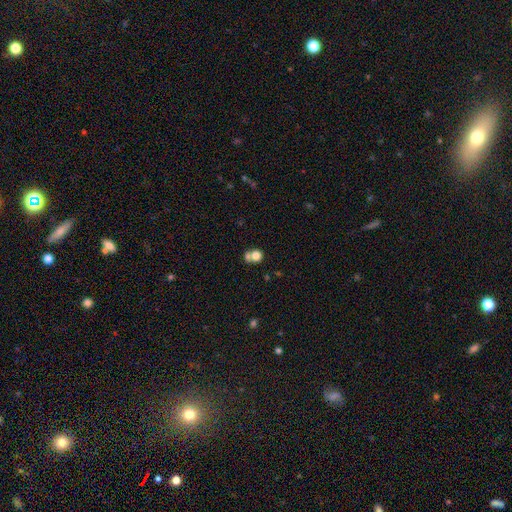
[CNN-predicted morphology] Smooth or featured?
  - smooth: 77% *
  - star or artifact: 12%
  - featured or disk: 11%
How rounded?
  - round: 81% *
  - in between: 18%
  - cigar-shaped: 1%
Merging?
  - merger: 44% *
  - none: 43%
  - minor disturbance: 8%
  - major disturbance: 5%